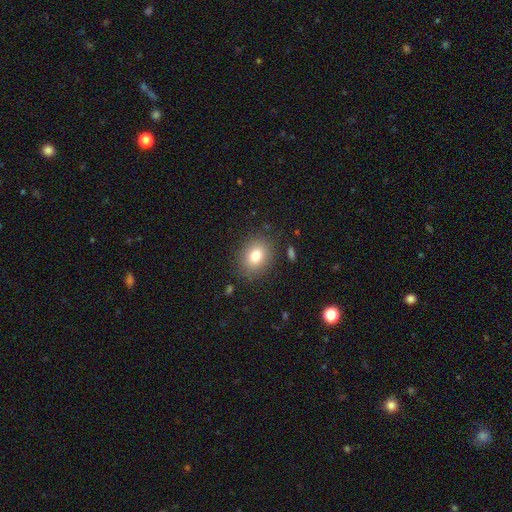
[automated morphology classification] The model was most divided on "how rounded": in between: 57%, round: 42%, cigar-shaped: 1%. More confident: merging — none (85%); smooth or featured — smooth (80%).